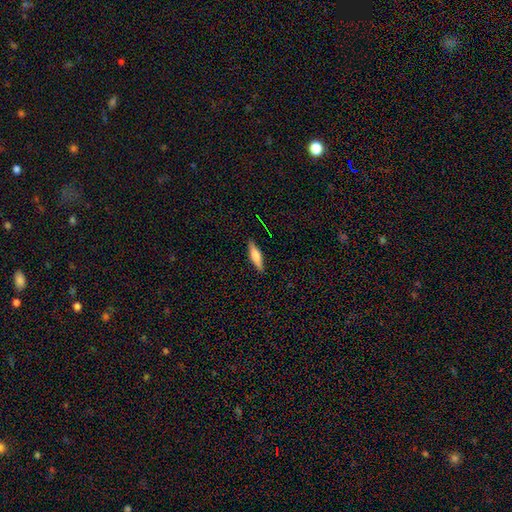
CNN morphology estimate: Smooth or featured: smooth — 65% (featured or disk — 28%)
How rounded: cigar-shaped — 64% (in between — 34%)
Merging: none — 88% (minor disturbance — 9%)